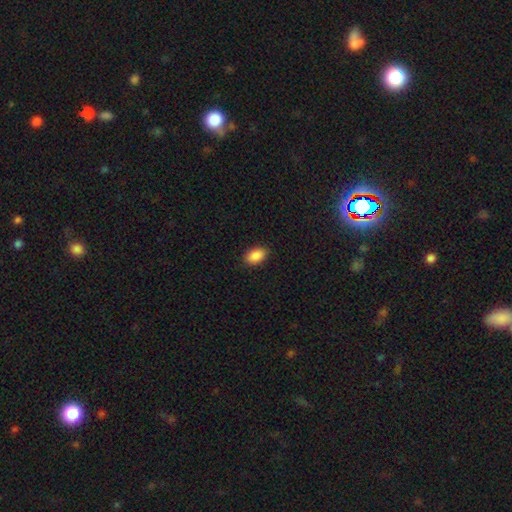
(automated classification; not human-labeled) smooth 90%, star or artifact 7%, featured or disk 3%. Down the decision tree: how rounded — in between (92%); merging — none (89%).